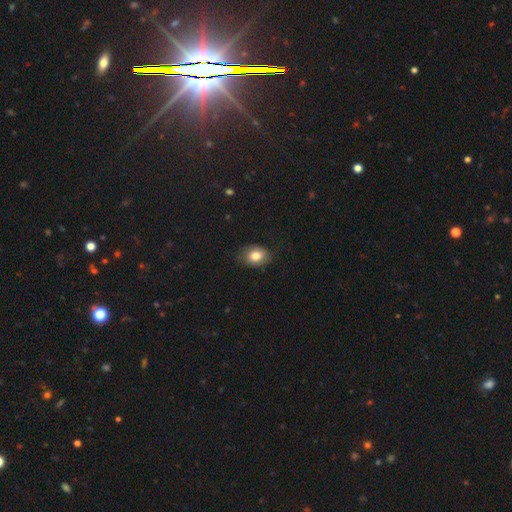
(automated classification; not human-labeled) This appears to be a smooth galaxy with no disk features (81%) that is in between round and cigar-shaped (68%). Merging: none (79%).